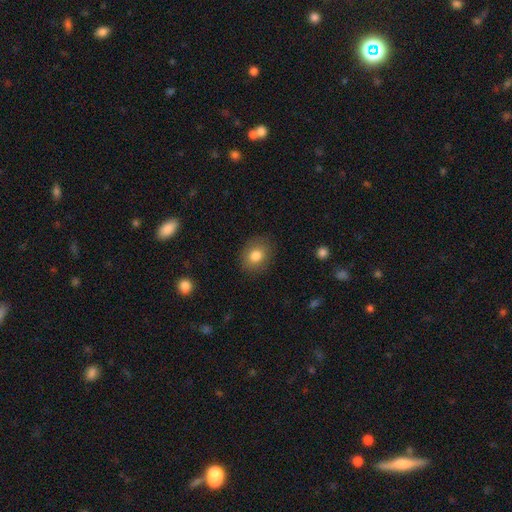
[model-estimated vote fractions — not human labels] The model was most divided on "how rounded": round: 61%, in between: 39%, cigar-shaped: 1%. More confident: merging — none (86%); smooth or featured — smooth (81%).